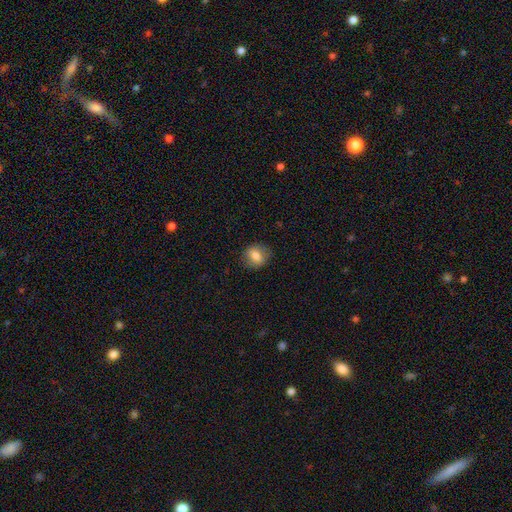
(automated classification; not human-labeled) smooth 77%, featured or disk 14%, star or artifact 9%. Down the decision tree: how rounded — round (63%); merging — none (84%).